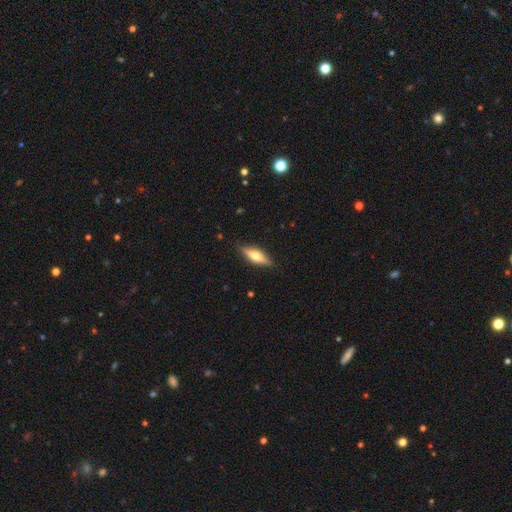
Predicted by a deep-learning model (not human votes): A smooth galaxy with no disk features (48%). Merging: none (86%).